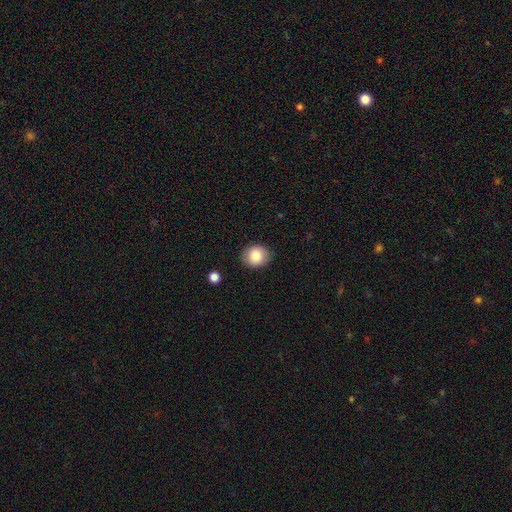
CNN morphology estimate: Smooth or featured?
  - smooth: 83% *
  - featured or disk: 9%
  - star or artifact: 8%
How rounded?
  - round: 65% *
  - in between: 34%
  - cigar-shaped: 1%
Merging?
  - none: 86% *
  - minor disturbance: 10%
  - major disturbance: 2%
  - merger: 1%